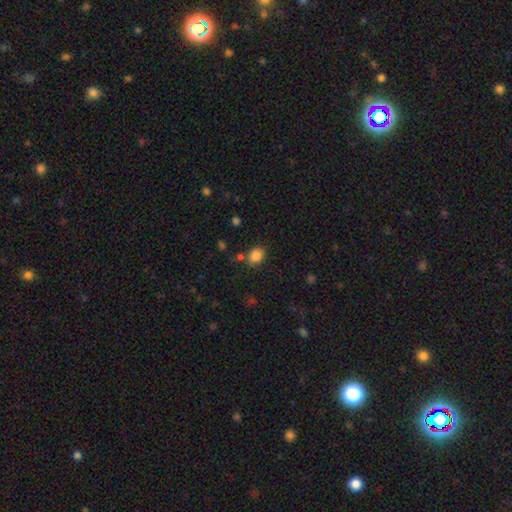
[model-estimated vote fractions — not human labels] A smooth galaxy with no disk features (85%) that is round (59%).

Vote fractions:
- Smooth or featured? smooth: 85% / star or artifact: 10% / featured or disk: 4%
- How rounded? round: 59% / in between: 40% / cigar-shaped: 1%
- Merging? none: 74% / minor disturbance: 14% / merger: 8% / major disturbance: 4%